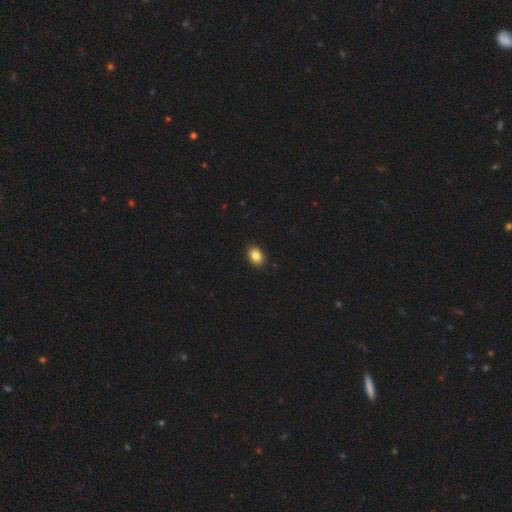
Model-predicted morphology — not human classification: The model was most divided on "how rounded": in between: 80%, round: 18%, cigar-shaped: 1%. More confident: merging — none (91%); smooth or featured — smooth (87%).